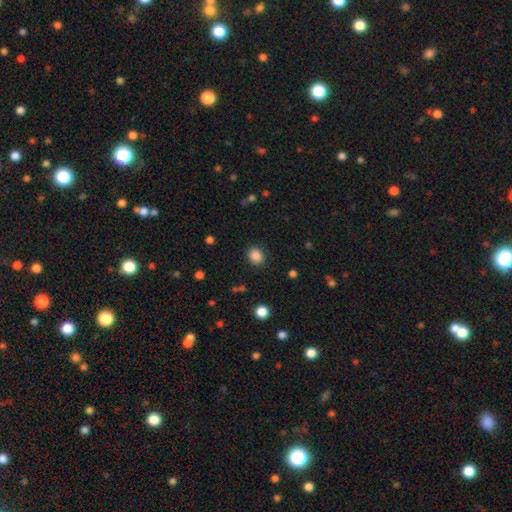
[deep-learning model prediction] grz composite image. It shows a smooth galaxy with no disk features (86%) that is round (74%). Merging: none (88%).